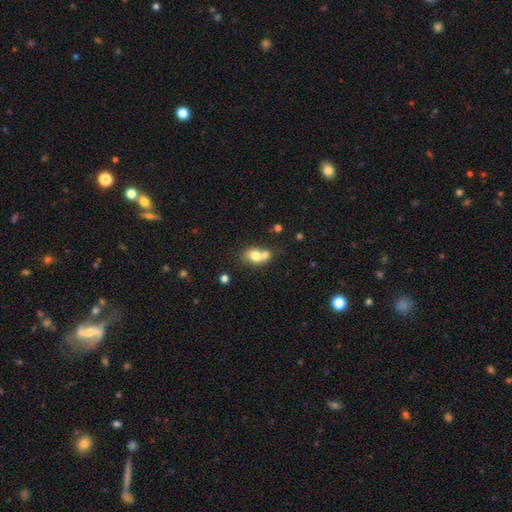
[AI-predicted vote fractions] Overall: smooth (72%). How rounded: in between (57%; round 42%). Merging: merger (62%; none 26%).